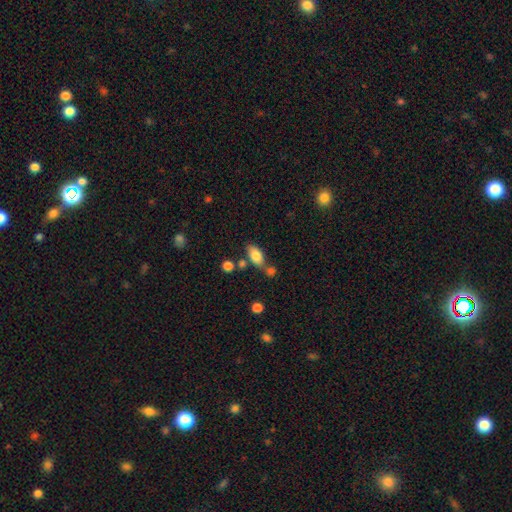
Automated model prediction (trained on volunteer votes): The model was most divided on "merging": none: 61%, merger: 20%, minor disturbance: 15%, major disturbance: 5%. More confident: how rounded — in between (88%); smooth or featured — smooth (80%).